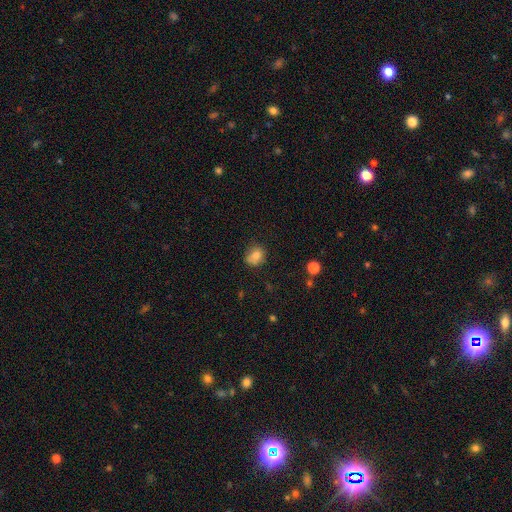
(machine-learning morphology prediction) Smooth or featured: smooth — 77% (featured or disk — 12%)
How rounded: round — 67% (in between — 32%)
Merging: none — 62% (minor disturbance — 26%)